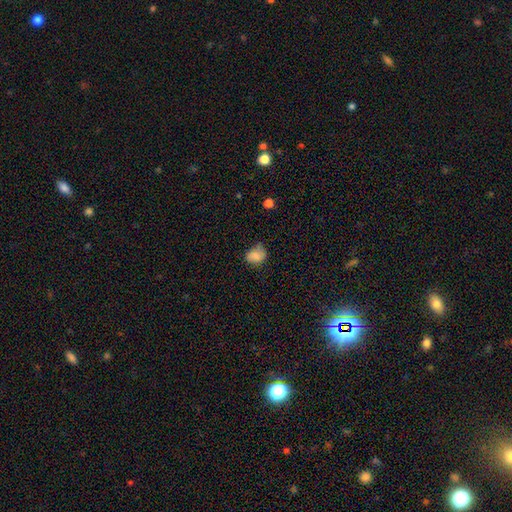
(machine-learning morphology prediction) Overall: smooth (78%). How rounded: in between (60%; round 39%). Merging: none (50%; minor disturbance 37%).